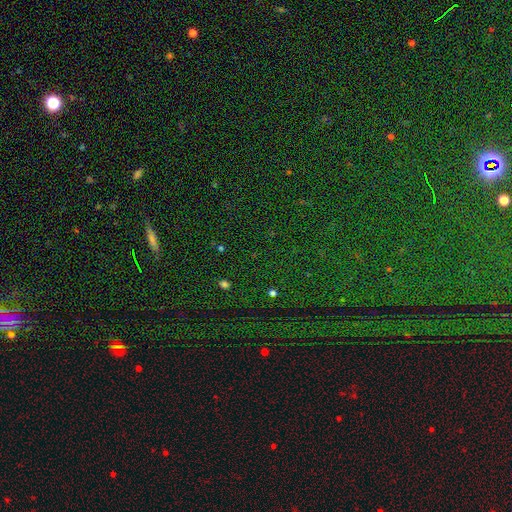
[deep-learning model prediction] Smooth or featured: star or artifact — 77% (smooth — 14%)